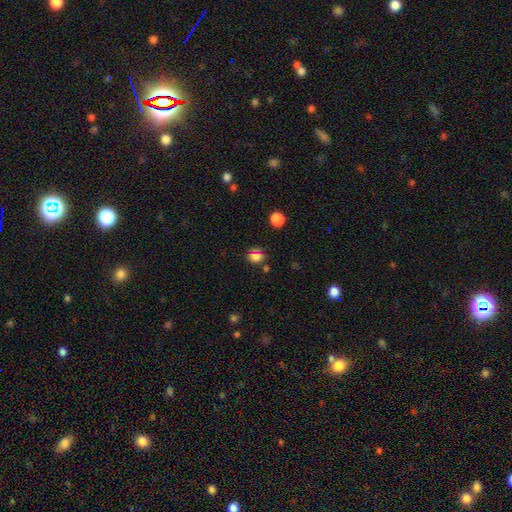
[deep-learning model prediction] Q: Smooth or featured?
A: smooth (71%); runner-up: star or artifact (23%)
Q: How rounded?
A: round (69%); runner-up: in between (29%)
Q: Merging?
A: none (77%); runner-up: minor disturbance (13%)